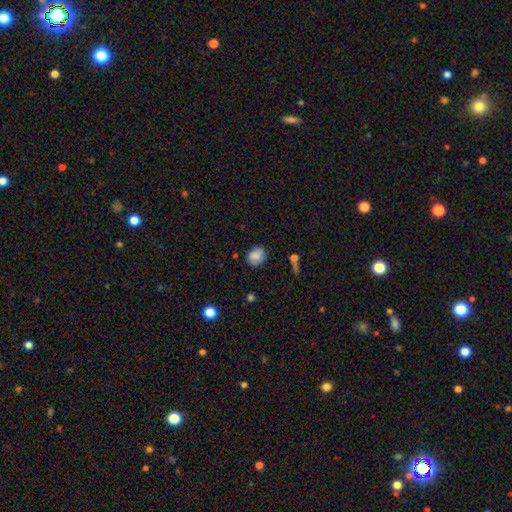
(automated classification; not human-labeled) Smooth or featured? smooth (84%)
How rounded? round (66%)
Merging? none (79%)